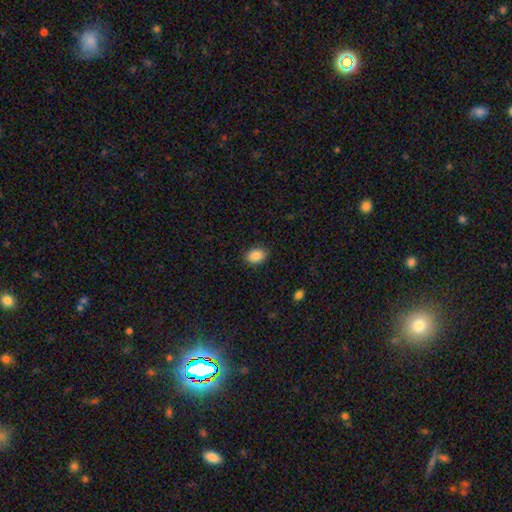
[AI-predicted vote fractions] Q: Smooth or featured?
A: smooth (87%); runner-up: star or artifact (8%)
Q: How rounded?
A: in between (72%); runner-up: round (27%)
Q: Merging?
A: none (88%); runner-up: minor disturbance (8%)